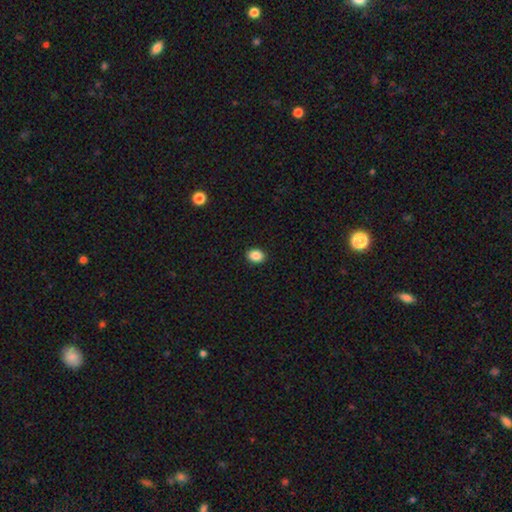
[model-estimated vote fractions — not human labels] A smooth galaxy with no disk features (87%) that is in between round and cigar-shaped (60%).

Vote fractions:
- Smooth or featured? smooth: 87% / star or artifact: 9% / featured or disk: 4%
- How rounded? in between: 60% / round: 39% / cigar-shaped: 1%
- Merging? none: 92% / minor disturbance: 6% / major disturbance: 2% / merger: 1%